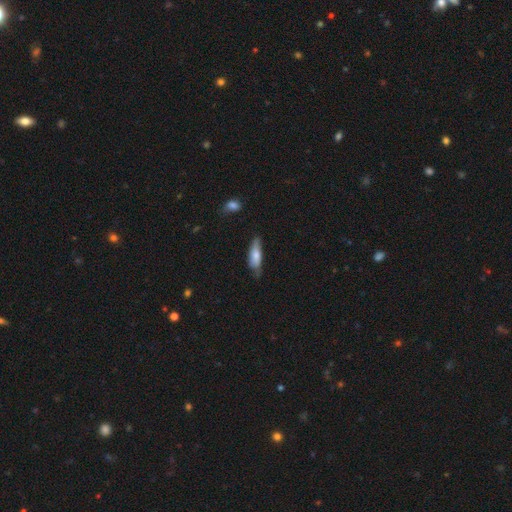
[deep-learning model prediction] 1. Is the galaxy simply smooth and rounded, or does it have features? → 68% smooth, 26% featured or disk, 6% star or artifact.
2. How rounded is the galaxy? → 51% in between, 47% cigar-shaped, 2% round.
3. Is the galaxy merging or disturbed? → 59% none, 32% minor disturbance, 7% major disturbance, 2% merger.